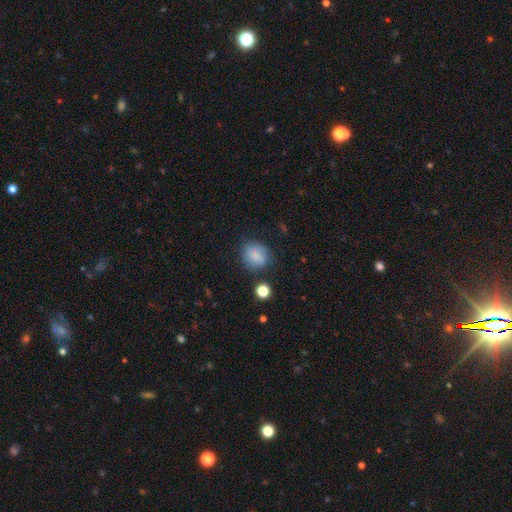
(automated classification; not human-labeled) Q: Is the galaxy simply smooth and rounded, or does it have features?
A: smooth — 75%.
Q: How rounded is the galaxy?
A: round — 70%.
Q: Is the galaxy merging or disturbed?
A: none — 66%.